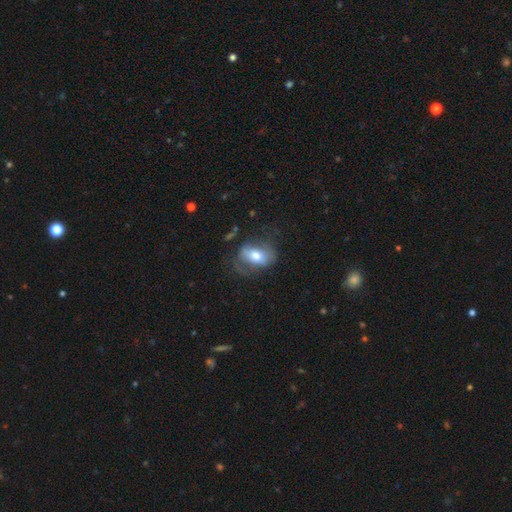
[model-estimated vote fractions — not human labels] The model was most divided on "smooth or featured": smooth: 54%, featured or disk: 39%, star or artifact: 7%. Remaining: how rounded — in between (81%); merging — none (48%).